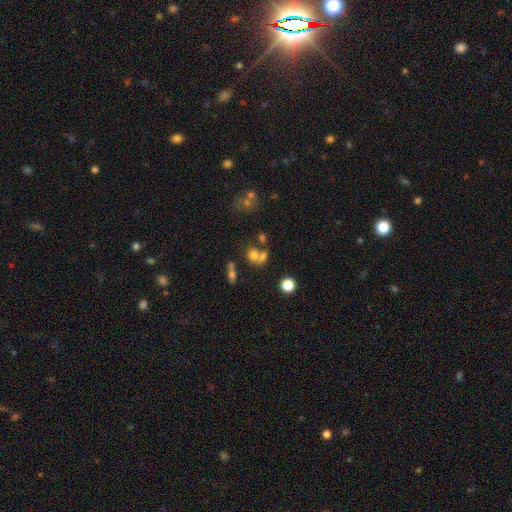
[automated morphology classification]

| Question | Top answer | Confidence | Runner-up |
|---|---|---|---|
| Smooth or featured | smooth | 66% | featured or disk (18%) |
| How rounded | round | 60% | in between (39%) |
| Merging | merger | 52% | none (34%) |